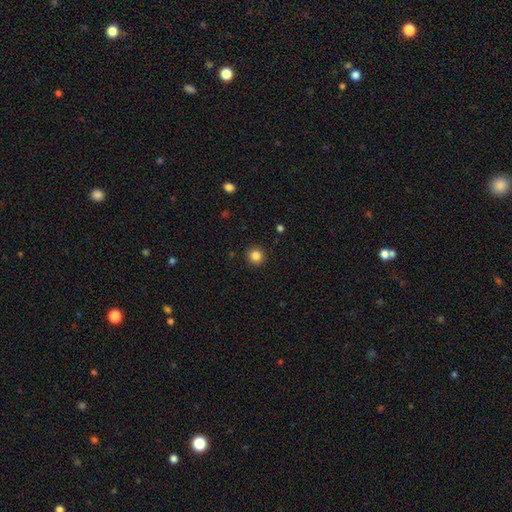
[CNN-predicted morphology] Q: Smooth or featured?
A: smooth (85%); runner-up: star or artifact (11%)
Q: How rounded?
A: round (94%); runner-up: in between (5%)
Q: Merging?
A: none (92%); runner-up: minor disturbance (5%)